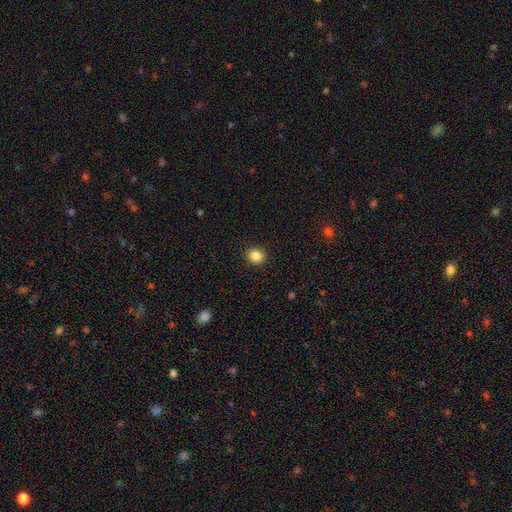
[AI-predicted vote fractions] Smooth or featured: smooth — 86% (star or artifact — 10%)
How rounded: round — 79% (in between — 20%)
Merging: none — 92% (minor disturbance — 6%)